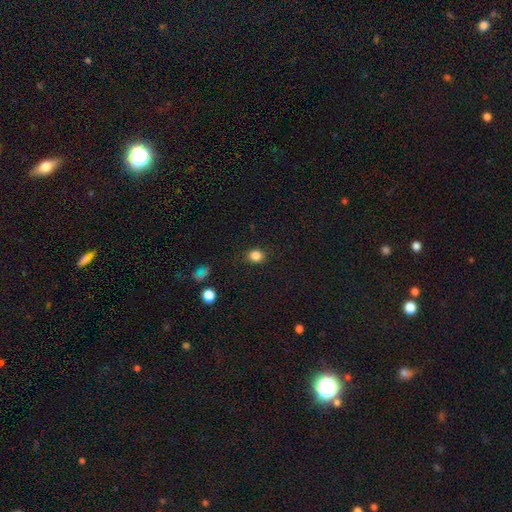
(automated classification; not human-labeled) Smooth or featured? smooth (83%)
How rounded? round (73%)
Merging? none (87%)